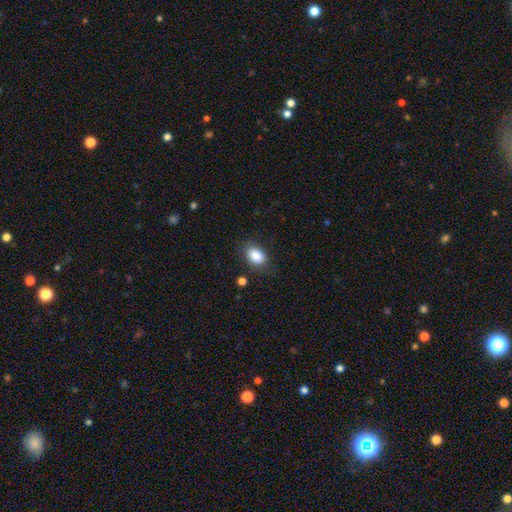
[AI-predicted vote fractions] Overall: smooth (86%). How rounded: in between (81%). Merging: none (78%).